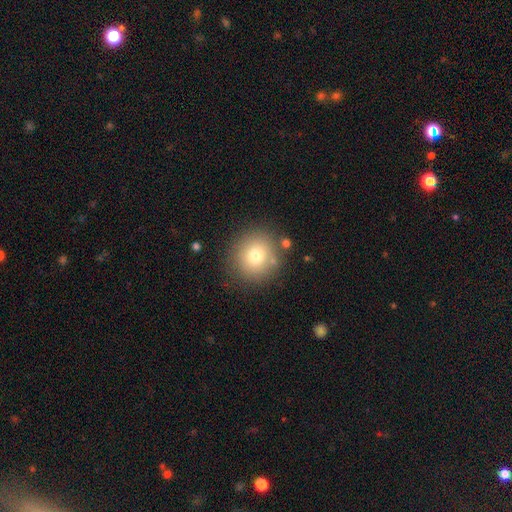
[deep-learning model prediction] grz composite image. It shows a smooth galaxy with no disk features (74%) that is round (92%). Merging: none (83%).